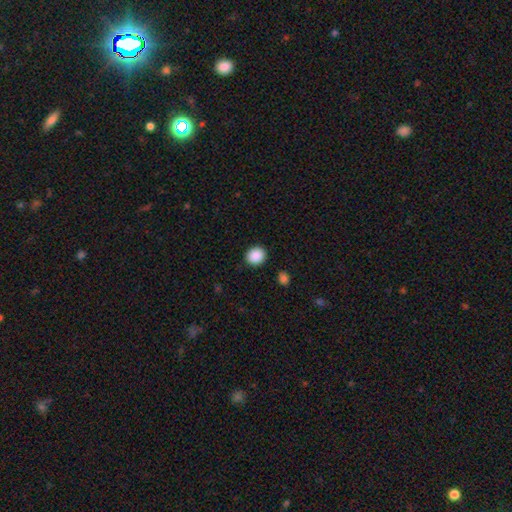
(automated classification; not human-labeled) This appears to be a smooth galaxy with no disk features (90%) that is round (80%). Merging: none (90%).